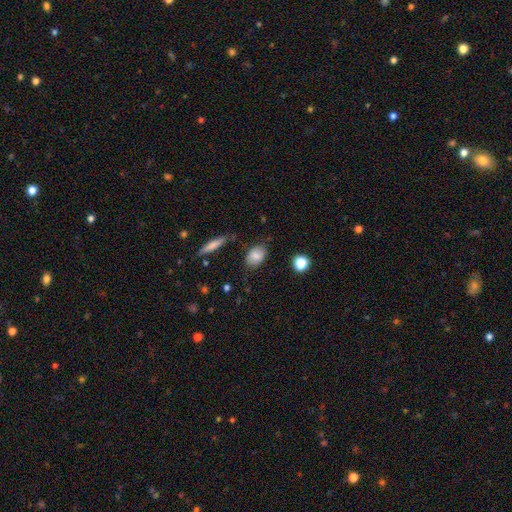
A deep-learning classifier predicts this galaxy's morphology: Smooth or featured? Predicted: smooth (p=0.81). How rounded? Predicted: in between (p=0.79). Merging? Predicted: none (p=0.76).